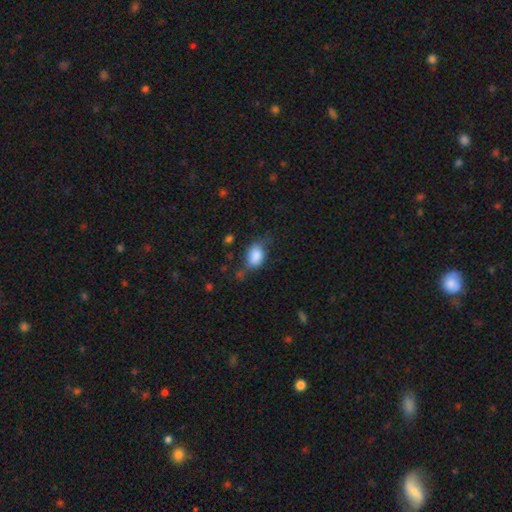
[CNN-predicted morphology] smooth 84%, star or artifact 8%, featured or disk 8%. Down the decision tree: how rounded — in between (81%); merging — none (50%).